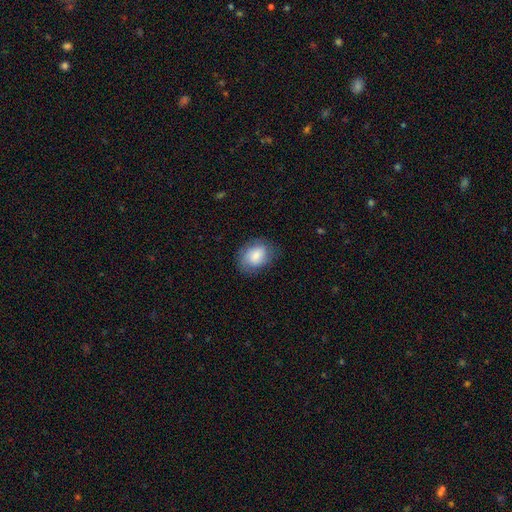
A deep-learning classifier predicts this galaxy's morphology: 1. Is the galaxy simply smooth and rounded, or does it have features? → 77% smooth, 15% featured or disk, 7% star or artifact.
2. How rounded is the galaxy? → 69% in between, 30% round, 1% cigar-shaped.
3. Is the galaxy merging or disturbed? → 75% none, 18% minor disturbance, 6% major disturbance, 1% merger.